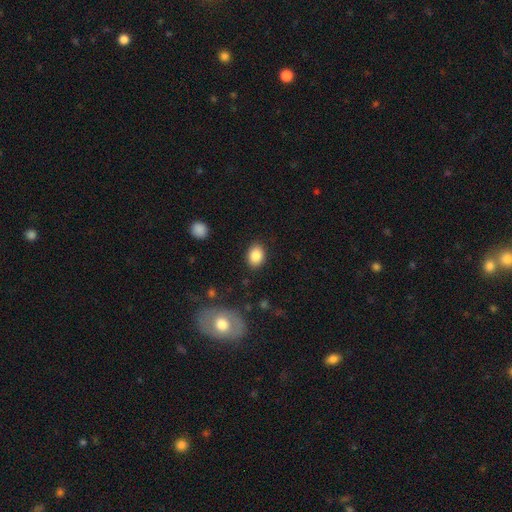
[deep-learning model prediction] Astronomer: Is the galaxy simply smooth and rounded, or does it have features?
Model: smooth — 86%.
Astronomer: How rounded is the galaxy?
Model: in between — 68%.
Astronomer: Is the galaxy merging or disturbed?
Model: none — 87%.